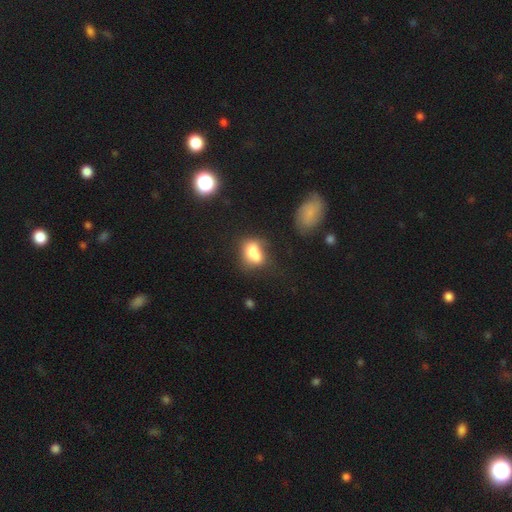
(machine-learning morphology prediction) Smooth or featured: smooth — 71% (featured or disk — 18%)
How rounded: in between — 72% (round — 24%)
Merging: merger — 38% (none — 31%)